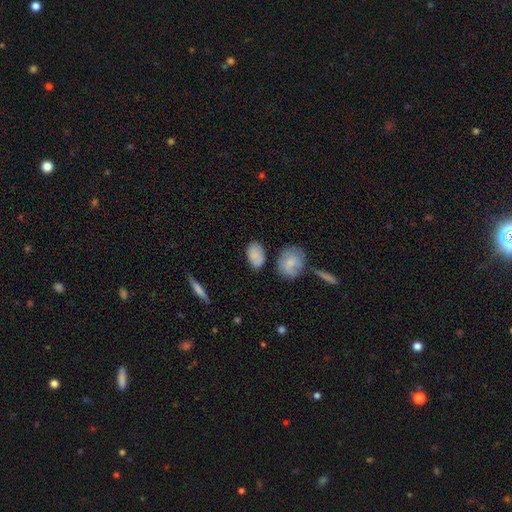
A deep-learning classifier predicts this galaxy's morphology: The model was most divided on "merging": none: 72%, minor disturbance: 17%, merger: 6%, major disturbance: 4%. More confident: how rounded — in between (89%); smooth or featured — smooth (83%).